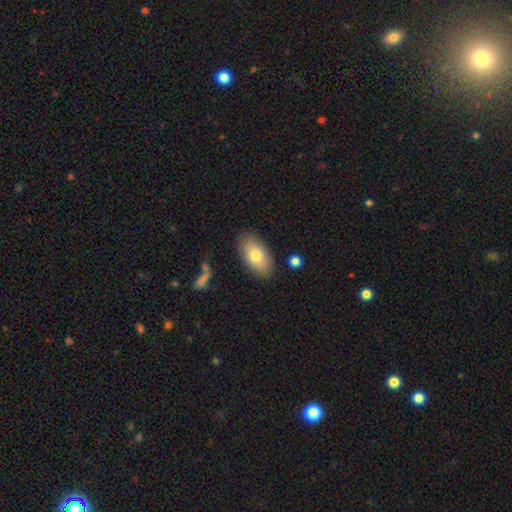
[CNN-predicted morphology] Smooth or featured? Predicted: smooth (p=0.76). How rounded? Predicted: in between (p=0.93). Merging? Predicted: none (p=0.83).